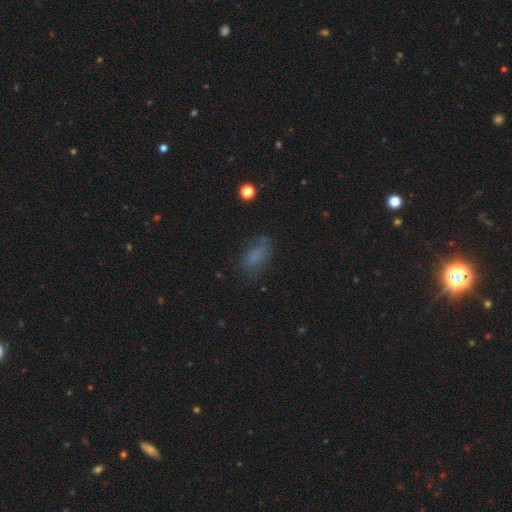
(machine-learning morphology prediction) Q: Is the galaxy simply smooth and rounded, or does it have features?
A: smooth — 72%.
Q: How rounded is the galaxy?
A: in between — 82%.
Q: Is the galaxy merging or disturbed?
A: none — 65%.